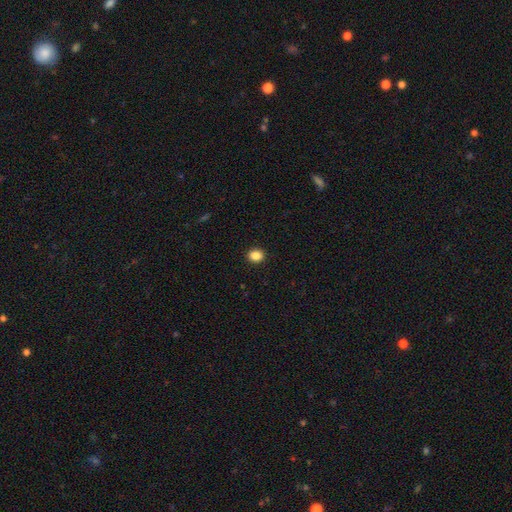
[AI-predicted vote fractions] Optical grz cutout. It shows a smooth galaxy with no disk features (87%) that is round (64%). Merging: none (92%).